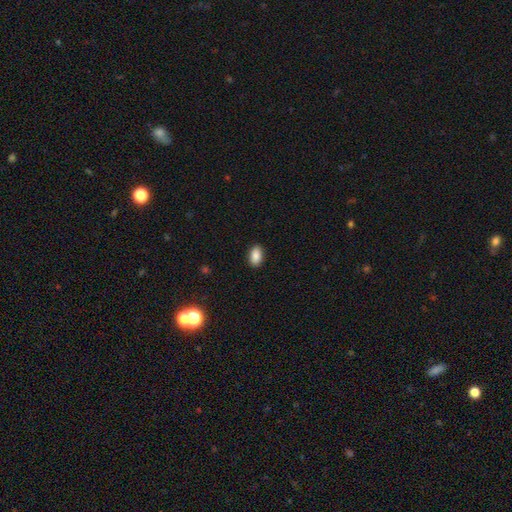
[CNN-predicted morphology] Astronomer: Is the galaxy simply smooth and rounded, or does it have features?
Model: smooth — 88%.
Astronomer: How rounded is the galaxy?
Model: in between — 91%.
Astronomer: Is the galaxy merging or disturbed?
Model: none — 90%.